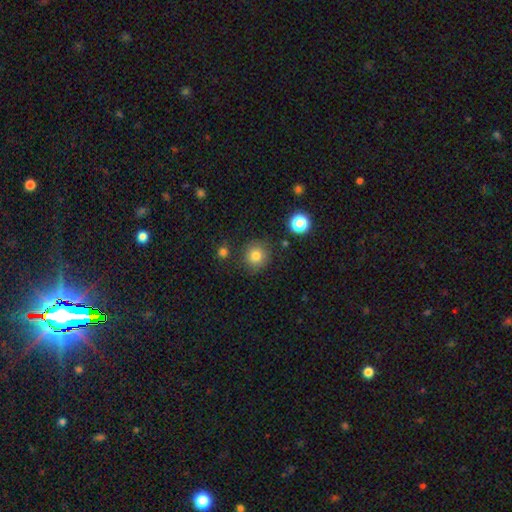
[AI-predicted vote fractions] This appears to be a smooth galaxy with no disk features (81%) that is round (90%). Merging: none (83%).